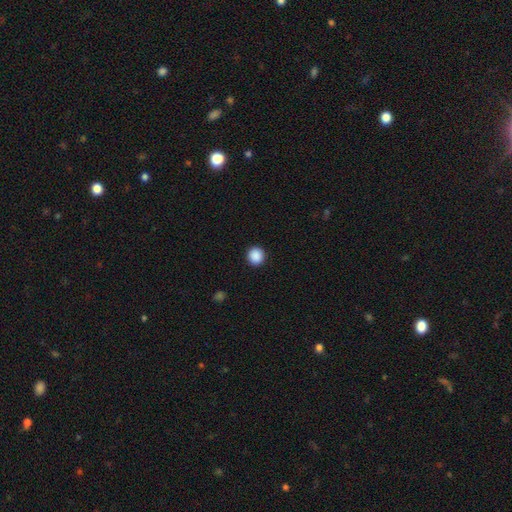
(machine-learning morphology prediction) A smooth galaxy with no disk features (89%) that is round (91%). Merging: none (92%).